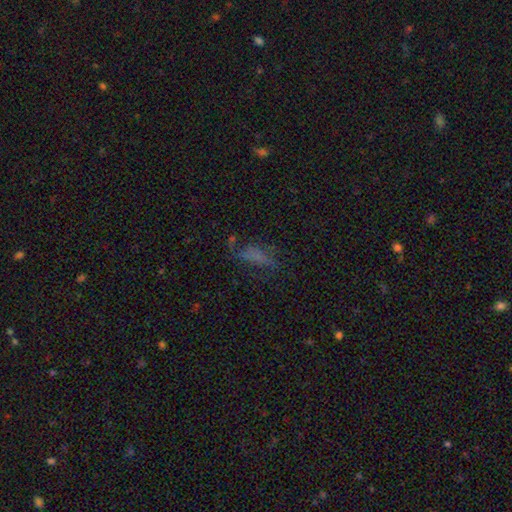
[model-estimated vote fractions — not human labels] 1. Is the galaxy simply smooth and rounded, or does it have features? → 50% smooth, 25% featured or disk, 25% star or artifact.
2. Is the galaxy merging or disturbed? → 47% none, 24% major disturbance, 23% minor disturbance, 6% merger.